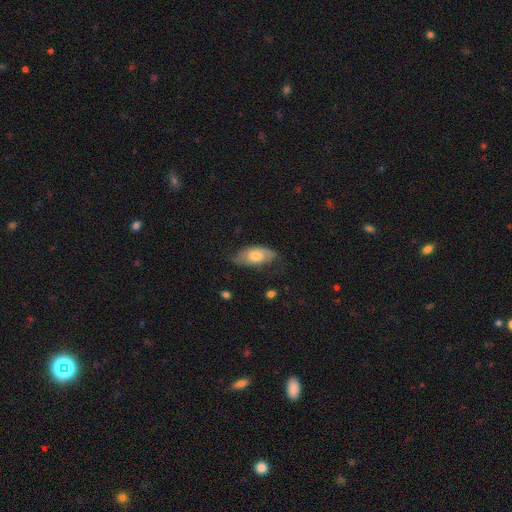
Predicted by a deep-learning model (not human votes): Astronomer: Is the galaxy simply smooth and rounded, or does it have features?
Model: smooth — 58% (runner-up: featured or disk, 36%).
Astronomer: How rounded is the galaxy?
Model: in between — 91%.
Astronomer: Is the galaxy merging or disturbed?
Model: none — 61%.